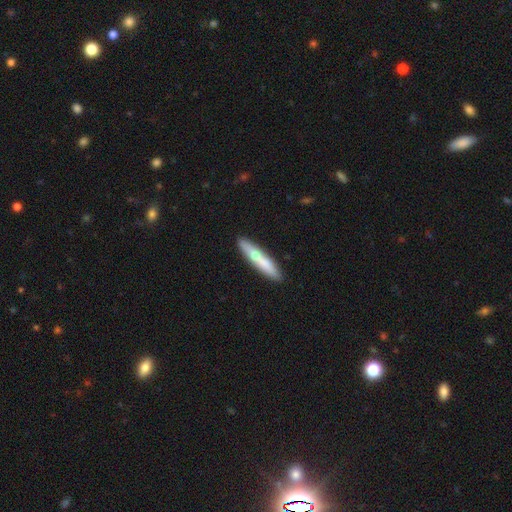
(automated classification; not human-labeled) Smooth or featured: smooth — 61% (featured or disk — 33%)
How rounded: cigar-shaped — 90% (in between — 8%)
Merging: none — 83% (minor disturbance — 11%)